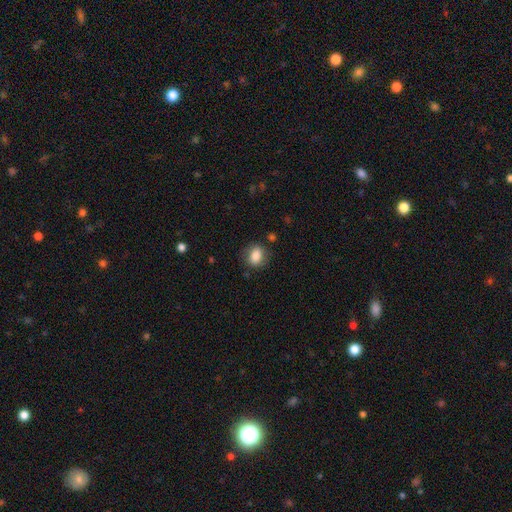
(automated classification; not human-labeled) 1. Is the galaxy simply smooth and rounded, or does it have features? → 84% smooth, 8% star or artifact, 8% featured or disk.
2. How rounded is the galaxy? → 55% in between, 43% round, 1% cigar-shaped.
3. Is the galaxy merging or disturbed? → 78% none, 15% minor disturbance, 5% major disturbance, 2% merger.